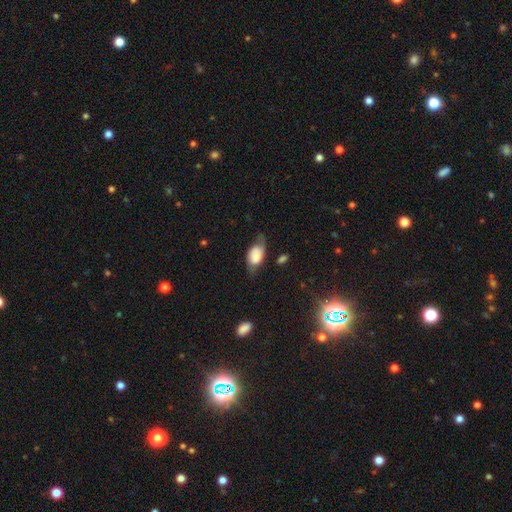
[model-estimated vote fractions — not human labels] The model was most divided on "smooth or featured": smooth: 48%, featured or disk: 43%, star or artifact: 9%. More confident: merging — none (52%).